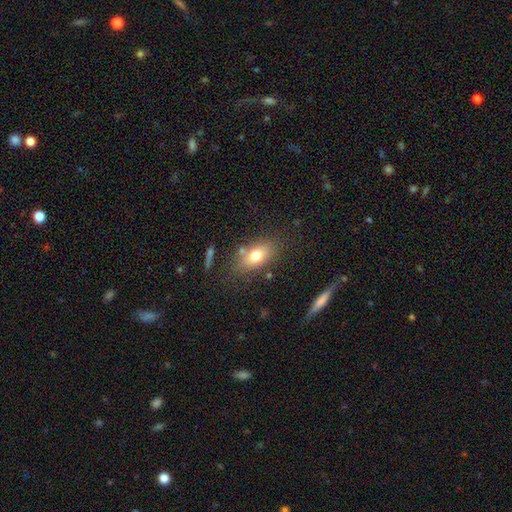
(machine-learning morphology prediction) Smooth or featured: smooth — 74% (featured or disk — 17%)
How rounded: in between — 84% (round — 11%)
Merging: none — 73% (minor disturbance — 15%)